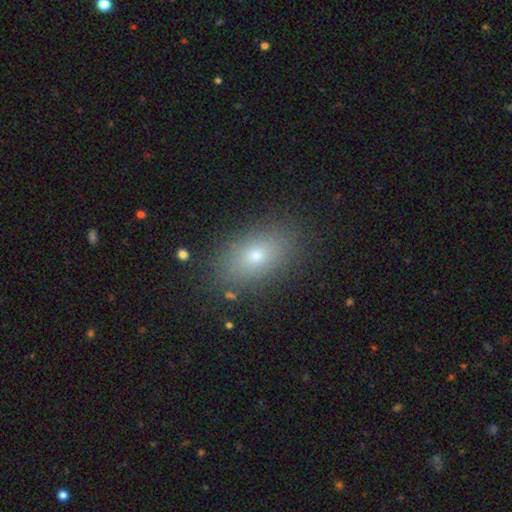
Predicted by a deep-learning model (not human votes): This is likely a smooth galaxy (72%). How rounded: clearly in between (85%). Merging: clearly none (86%).